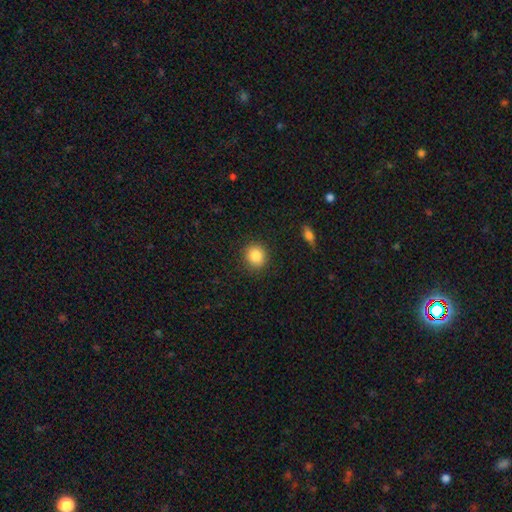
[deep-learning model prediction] Smooth or featured?
  - smooth: 85% *
  - star or artifact: 9%
  - featured or disk: 5%
How rounded?
  - round: 88% *
  - in between: 11%
  - cigar-shaped: 1%
Merging?
  - none: 90% *
  - minor disturbance: 7%
  - major disturbance: 2%
  - merger: 1%